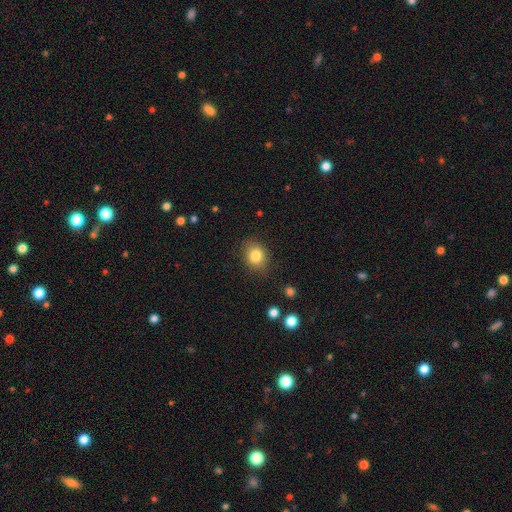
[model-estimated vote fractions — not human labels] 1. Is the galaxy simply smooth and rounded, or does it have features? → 82% smooth, 10% star or artifact, 8% featured or disk.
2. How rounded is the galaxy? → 54% round, 45% in between, 1% cigar-shaped.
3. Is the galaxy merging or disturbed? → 81% none, 14% minor disturbance, 3% major disturbance, 1% merger.